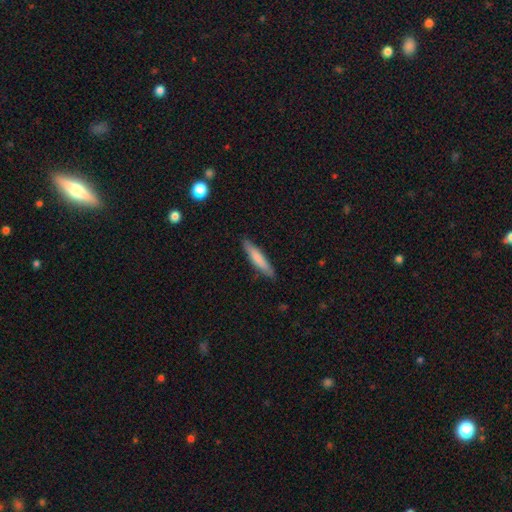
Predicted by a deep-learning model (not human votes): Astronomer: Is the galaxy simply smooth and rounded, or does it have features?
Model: smooth — 67%.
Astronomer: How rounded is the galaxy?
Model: cigar-shaped — 92%.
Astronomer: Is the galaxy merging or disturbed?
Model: none — 89%.